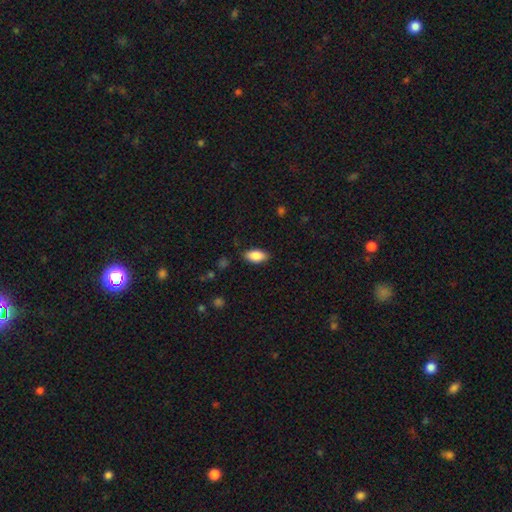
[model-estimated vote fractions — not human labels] This is clearly a smooth galaxy (86%). How rounded: clearly in between (92%). Merging: clearly none (85%).